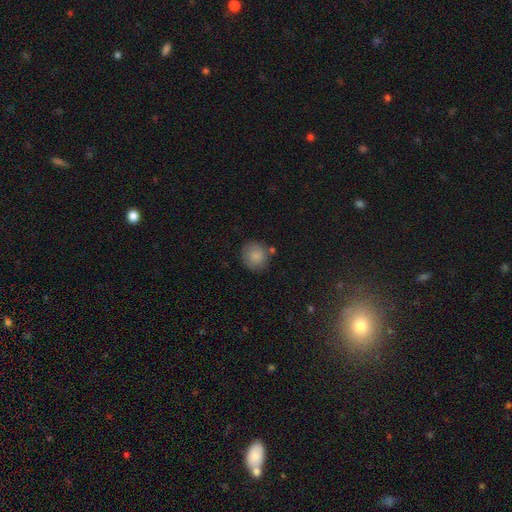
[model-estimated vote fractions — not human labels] A smooth galaxy with no disk features (85%) that is round (82%). Merging: none (78%).